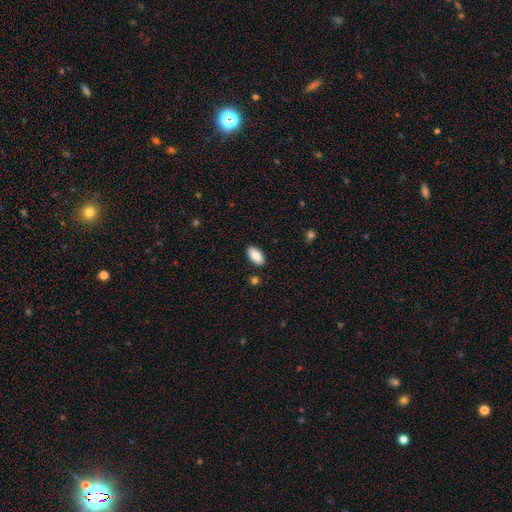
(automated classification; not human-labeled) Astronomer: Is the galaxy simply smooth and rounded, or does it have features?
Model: smooth — 89%.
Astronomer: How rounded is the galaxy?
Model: in between — 94%.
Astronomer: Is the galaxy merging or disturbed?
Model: none — 88%.